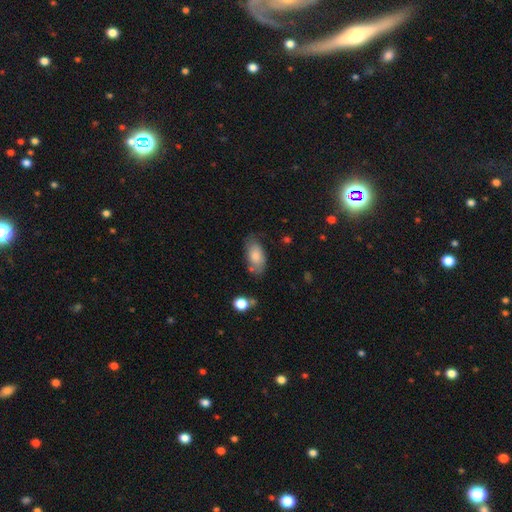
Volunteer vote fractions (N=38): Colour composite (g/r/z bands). It shows a smooth galaxy with no disk features (79%) that is in between round and cigar-shaped (80%). Merging: none (56%).